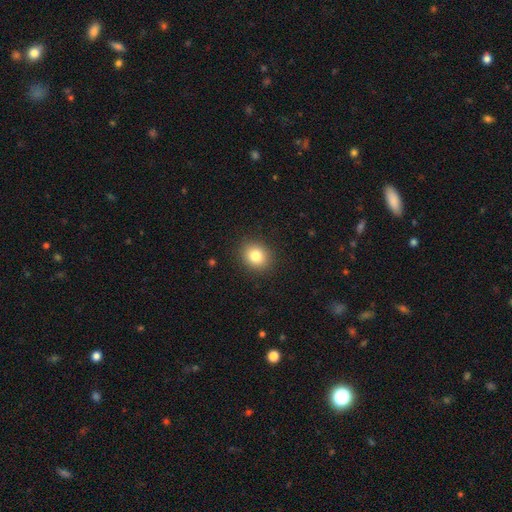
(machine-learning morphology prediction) The model was most divided on "how rounded": round: 66%, in between: 33%, cigar-shaped: 1%. More confident: merging — none (90%); smooth or featured — smooth (82%).